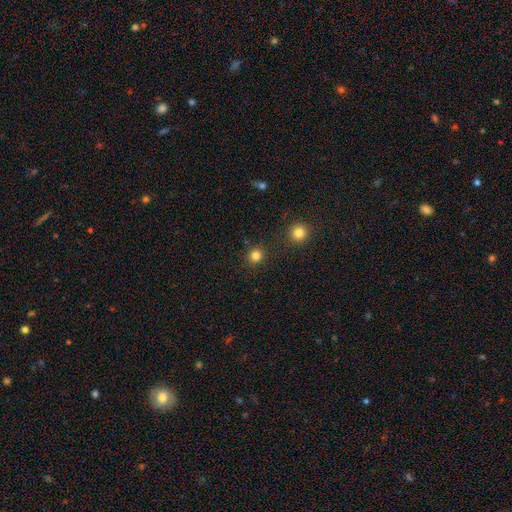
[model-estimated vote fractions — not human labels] Q: Smooth or featured?
A: smooth (82%); runner-up: star or artifact (14%)
Q: How rounded?
A: round (91%); runner-up: in between (8%)
Q: Merging?
A: none (87%); runner-up: minor disturbance (6%)